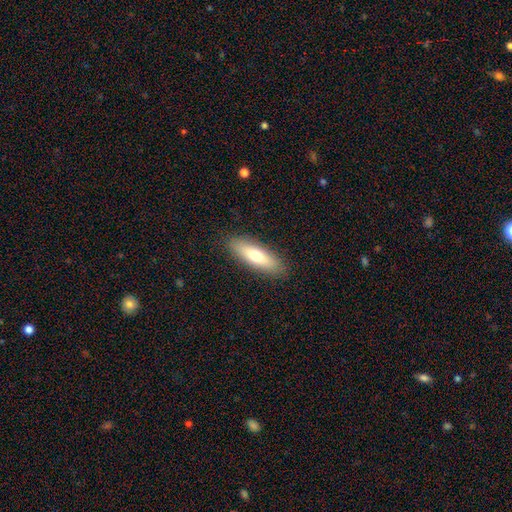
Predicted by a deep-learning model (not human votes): smooth 69%, featured or disk 25%, star or artifact 6%. Down the decision tree: how rounded — cigar-shaped (54%); merging — none (89%).